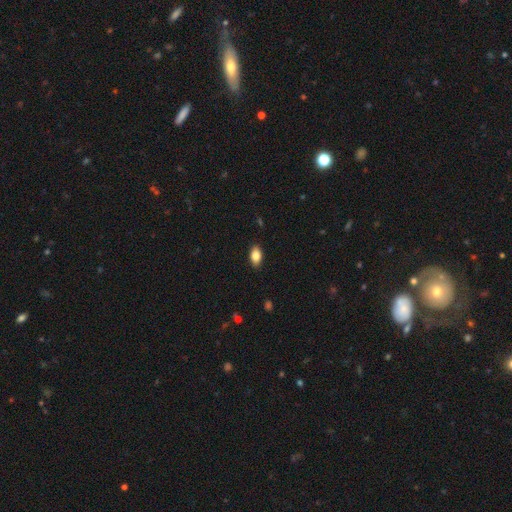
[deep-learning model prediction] This appears to be a smooth galaxy with no disk features (83%) that is in between round and cigar-shaped (91%). Merging: none (88%).